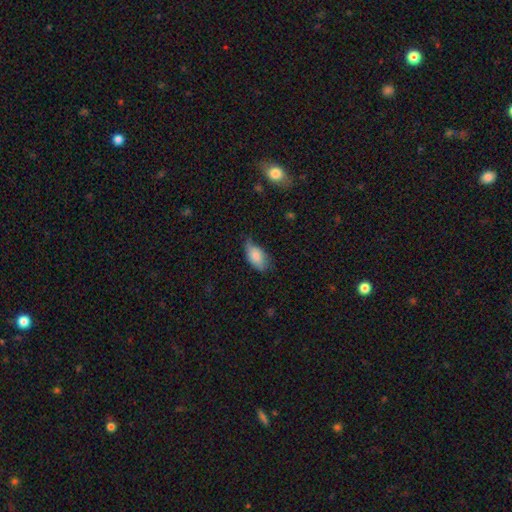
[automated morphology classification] type=smooth (83%); roundness=in between (93%); merging=none (47%).